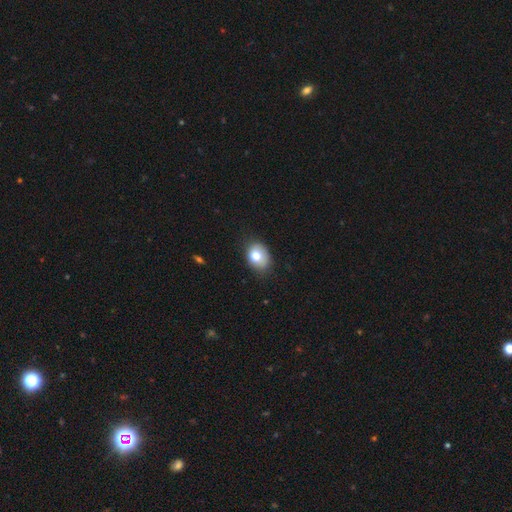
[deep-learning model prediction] This is likely a smooth galaxy (78%). How rounded: likely in between (67%). Merging: likely none (69%).